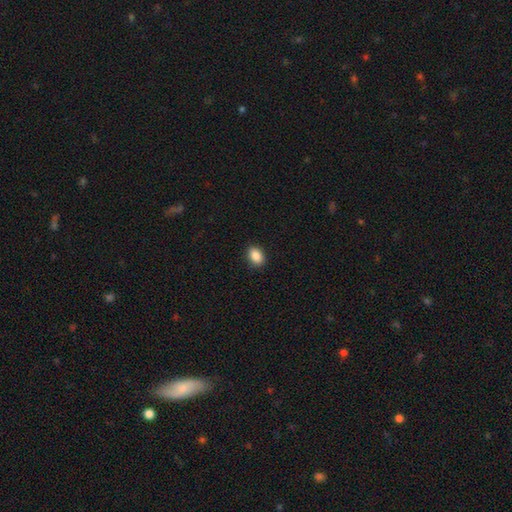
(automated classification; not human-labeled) smooth 89%, star or artifact 8%, featured or disk 3%. Down the decision tree: how rounded — in between (81%); merging — none (89%).